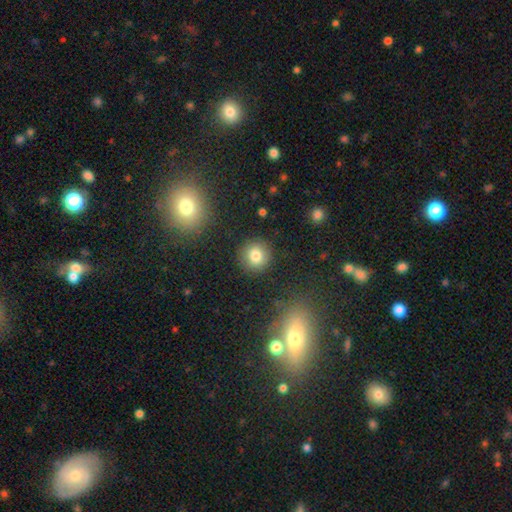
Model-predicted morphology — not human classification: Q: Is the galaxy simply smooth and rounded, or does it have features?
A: smooth — 80%.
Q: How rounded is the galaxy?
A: round — 90%.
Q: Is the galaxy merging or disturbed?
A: none — 88%.